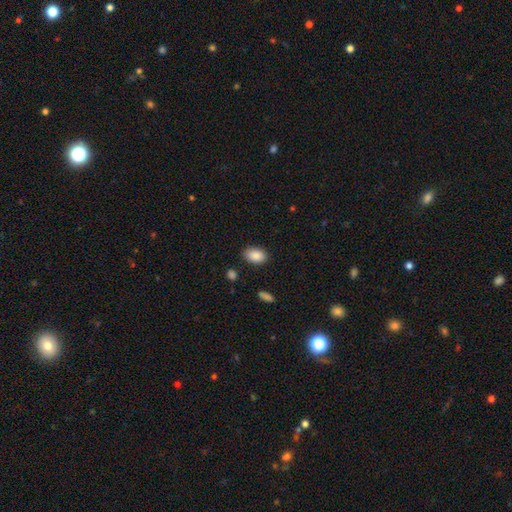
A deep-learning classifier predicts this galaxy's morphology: Q: Smooth or featured?
A: smooth (88%); runner-up: star or artifact (7%)
Q: How rounded?
A: in between (89%); runner-up: round (10%)
Q: Merging?
A: none (85%); runner-up: minor disturbance (11%)